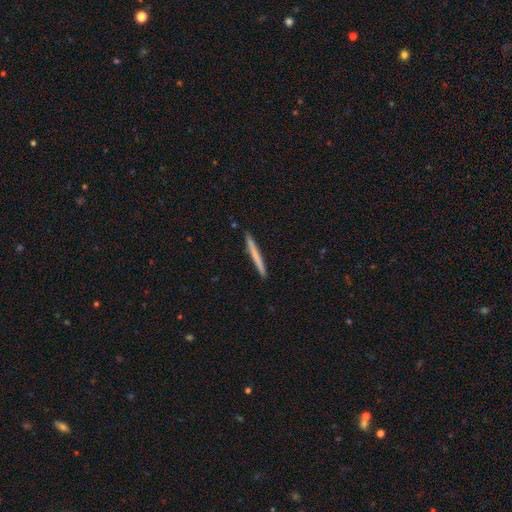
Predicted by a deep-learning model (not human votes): Smooth or featured? Predicted: smooth (p=0.64). How rounded? Predicted: cigar-shaped (p=0.97). Merging? Predicted: none (p=0.92).